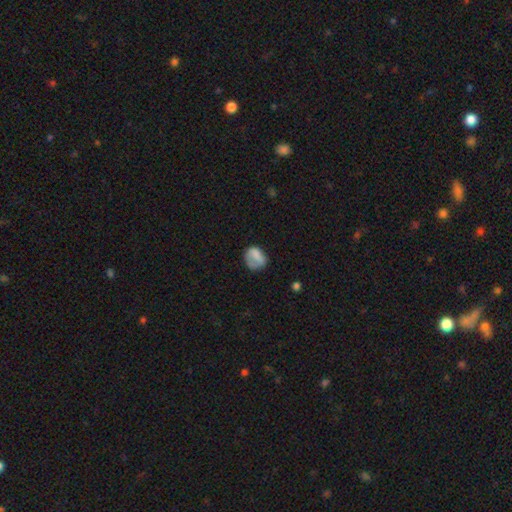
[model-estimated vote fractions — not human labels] This is likely a smooth galaxy (72%). How rounded: possibly round (59%). Merging: possibly none (48%).